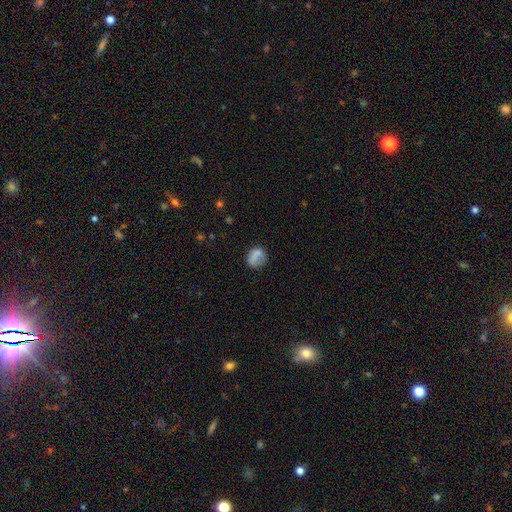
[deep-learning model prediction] Smooth or featured? Predicted: smooth (p=0.77). How rounded? Predicted: round (p=0.68). Merging? Predicted: none (p=0.63).